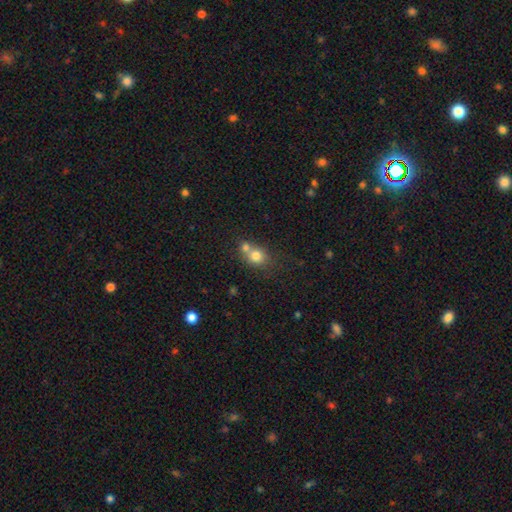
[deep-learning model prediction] Smooth or featured: smooth — 76% (featured or disk — 13%)
How rounded: round — 75% (in between — 24%)
Merging: merger — 55% (none — 35%)